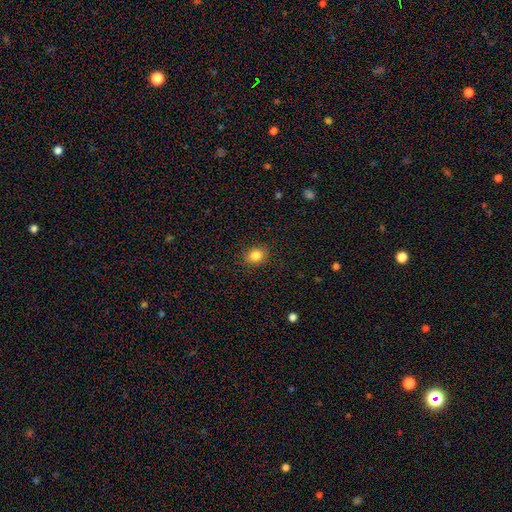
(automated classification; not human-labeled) The model was most divided on "how rounded": round: 57%, in between: 42%, cigar-shaped: 1%. More confident: merging — none (87%); smooth or featured — smooth (84%).